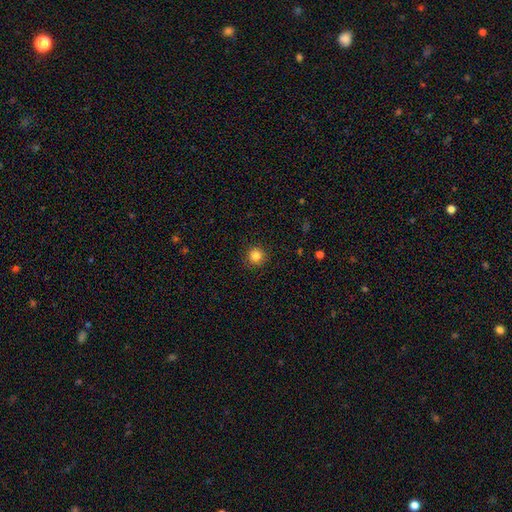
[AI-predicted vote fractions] Smooth or featured?
  - smooth: 84% *
  - star or artifact: 11%
  - featured or disk: 5%
How rounded?
  - round: 95% *
  - in between: 4%
  - cigar-shaped: 1%
Merging?
  - none: 91% *
  - minor disturbance: 6%
  - major disturbance: 2%
  - merger: 1%